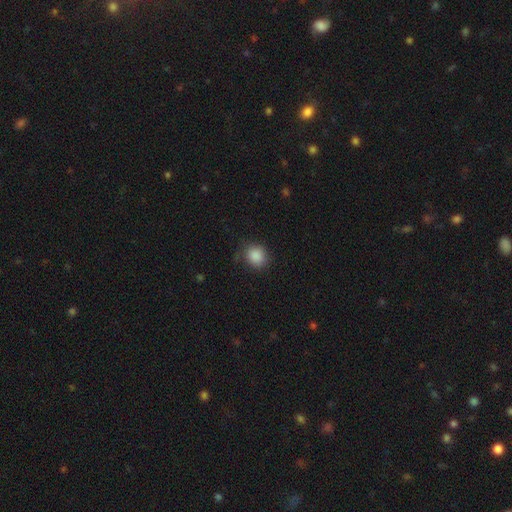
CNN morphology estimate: Smooth or featured?
  - smooth: 88% *
  - star or artifact: 9%
  - featured or disk: 4%
How rounded?
  - round: 80% *
  - in between: 19%
  - cigar-shaped: 1%
Merging?
  - none: 78% *
  - minor disturbance: 16%
  - major disturbance: 4%
  - merger: 1%